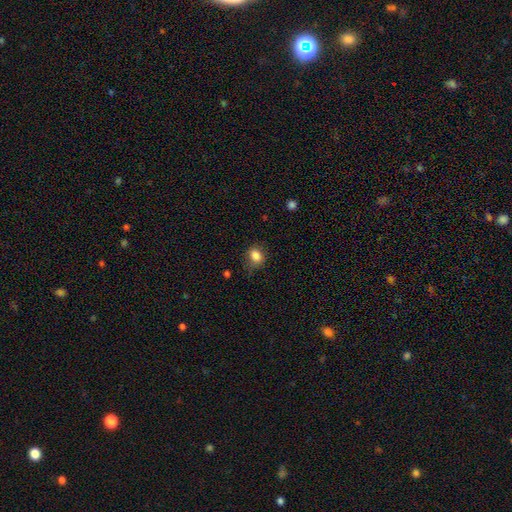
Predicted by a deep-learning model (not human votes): Morphology: type=smooth (85%); roundness=in between (52%); merging=none (71%).